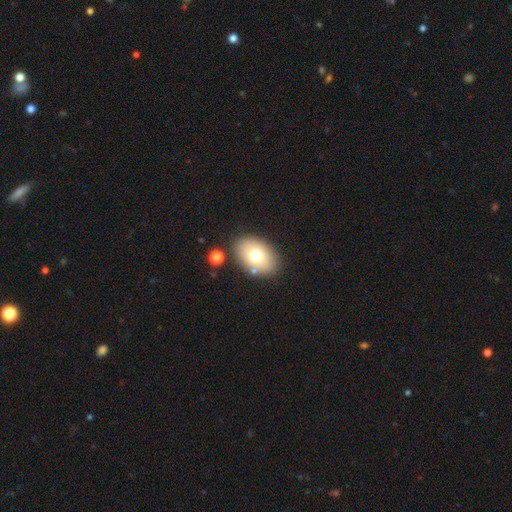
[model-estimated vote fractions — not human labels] Morphology: type=smooth (72%); roundness=in between (83%); merging=none (82%).